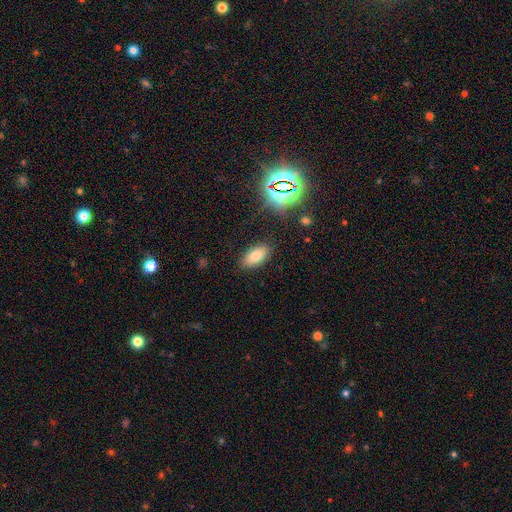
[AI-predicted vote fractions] This appears to be a smooth galaxy with no disk features (74%) that is in between round and cigar-shaped (90%). Merging: none (87%).